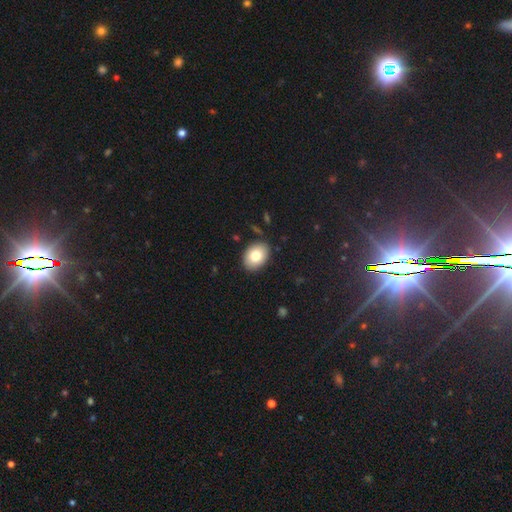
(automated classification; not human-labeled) A smooth galaxy with no disk features (78%) that is in between round and cigar-shaped (75%).

Vote fractions:
- Smooth or featured? smooth: 78% / featured or disk: 14% / star or artifact: 8%
- How rounded? in between: 75% / round: 24% / cigar-shaped: 1%
- Merging? none: 88% / minor disturbance: 8% / major disturbance: 2% / merger: 2%